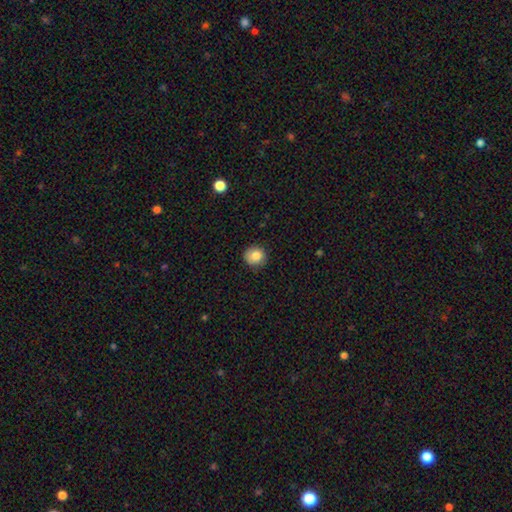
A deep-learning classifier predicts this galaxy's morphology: A smooth galaxy with no disk features (83%) that is round (90%).

Vote fractions:
- Smooth or featured? smooth: 83% / star or artifact: 10% / featured or disk: 7%
- How rounded? round: 90% / in between: 9% / cigar-shaped: 1%
- Merging? none: 86% / minor disturbance: 11% / major disturbance: 2% / merger: 1%